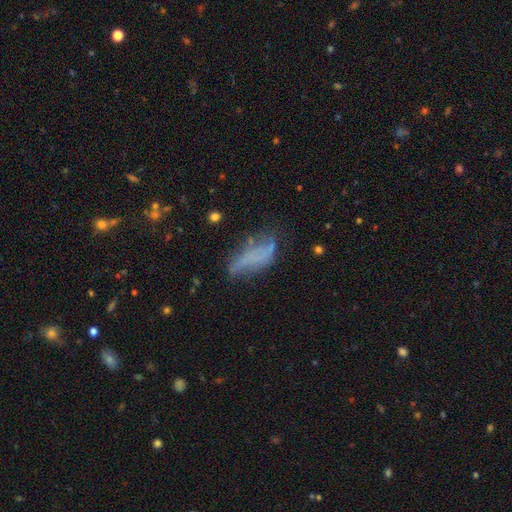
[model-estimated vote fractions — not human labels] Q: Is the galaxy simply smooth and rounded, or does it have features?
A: smooth — 47%.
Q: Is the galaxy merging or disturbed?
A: none — 38%.